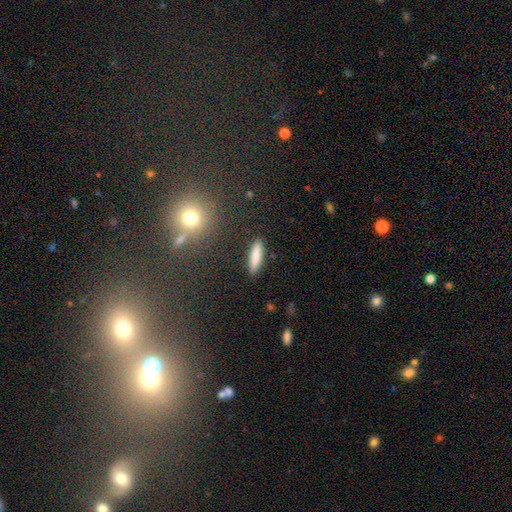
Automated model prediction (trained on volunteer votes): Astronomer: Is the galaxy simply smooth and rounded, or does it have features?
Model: smooth — 82%.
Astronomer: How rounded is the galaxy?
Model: cigar-shaped — 78%.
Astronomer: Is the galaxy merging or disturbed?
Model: none — 89%.